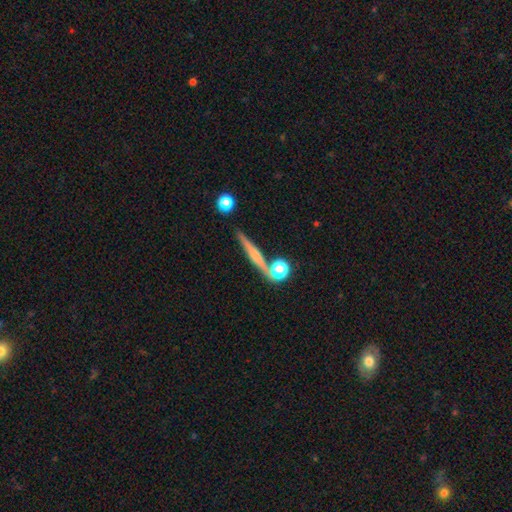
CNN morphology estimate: This is possibly a featured or disk galaxy (51%). It is clearly viewed edge-on (93%). Merging: likely none (74%).